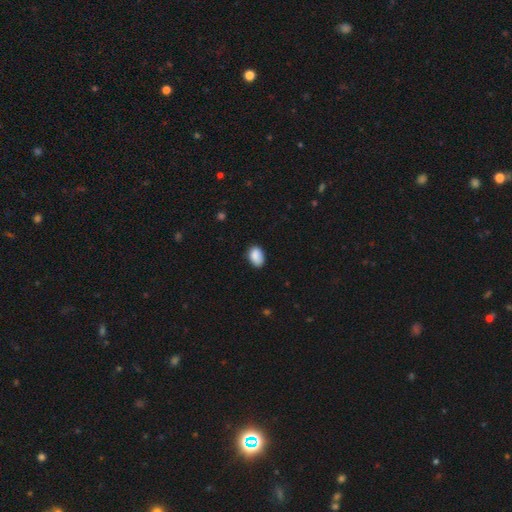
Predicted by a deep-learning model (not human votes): Overall: smooth (88%). How rounded: in between (87%). Merging: none (77%).